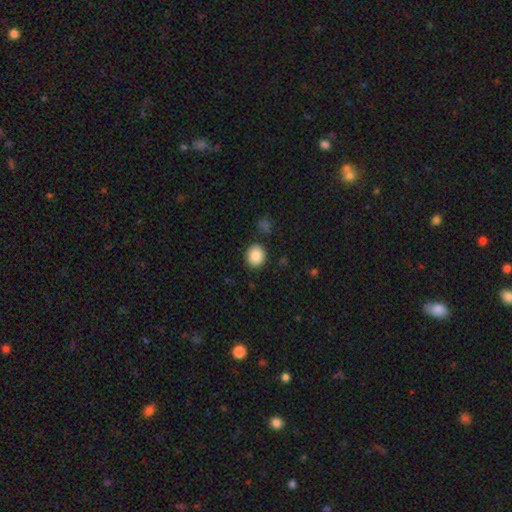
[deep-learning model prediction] Smooth or featured? Predicted: smooth (p=0.88). How rounded? Predicted: round (p=0.79). Merging? Predicted: none (p=0.88).